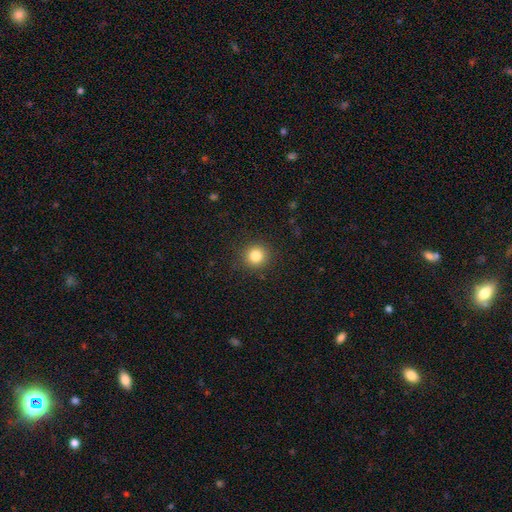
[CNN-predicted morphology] Smooth or featured: smooth — 82% (star or artifact — 12%)
How rounded: round — 94% (in between — 5%)
Merging: none — 91% (minor disturbance — 6%)